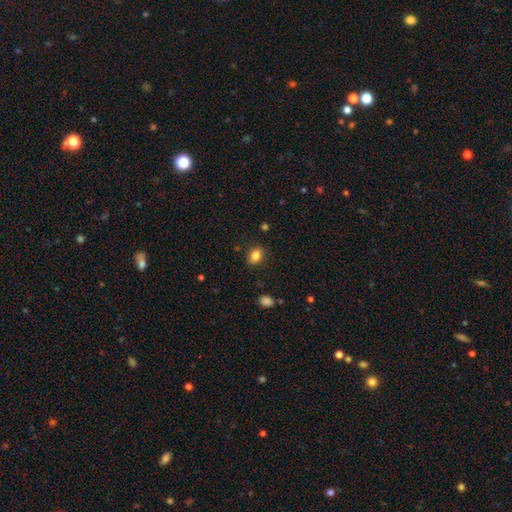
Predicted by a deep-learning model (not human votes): This appears to be a smooth galaxy with no disk features (84%) that is in between round and cigar-shaped (56%). Merging: none (85%).